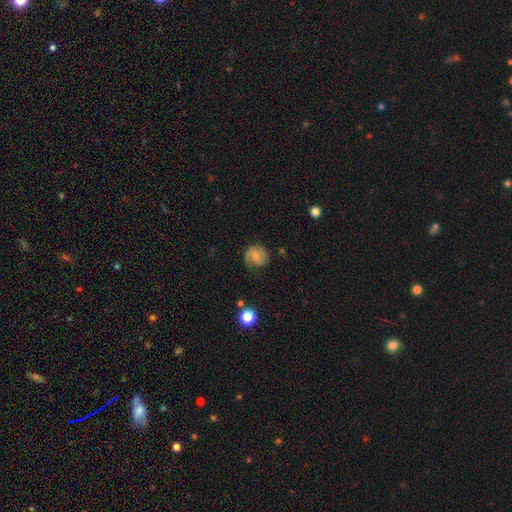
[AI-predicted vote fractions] Smooth or featured? Predicted: smooth (p=0.47). Merging? Predicted: none (p=0.68).